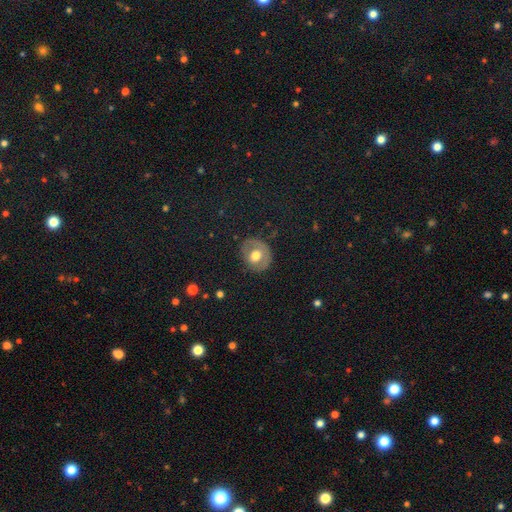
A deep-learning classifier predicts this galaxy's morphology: This appears to be a smooth galaxy with no disk features (53%) that is round (71%). Merging: none (75%).